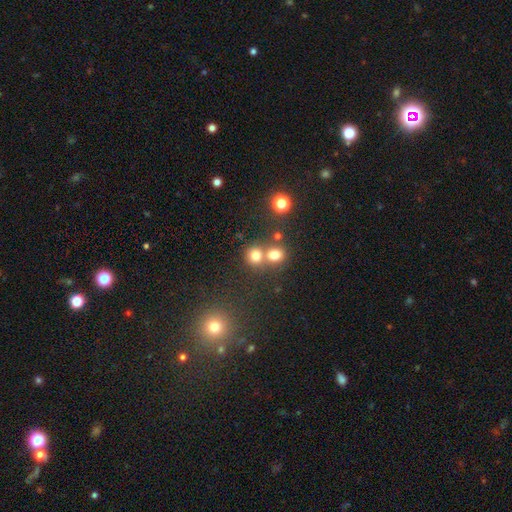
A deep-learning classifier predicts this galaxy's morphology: smooth 75%, star or artifact 17%, featured or disk 9%. Down the decision tree: how rounded — round (83%); merging — none (49%).